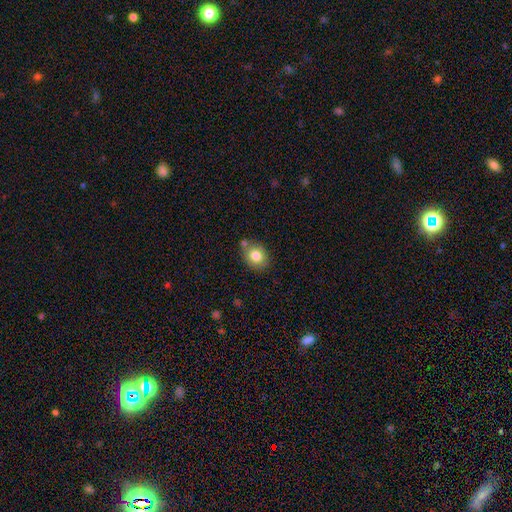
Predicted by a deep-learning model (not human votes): Smooth or featured?
  - smooth: 81% *
  - featured or disk: 10%
  - star or artifact: 9%
How rounded?
  - round: 61% *
  - in between: 38%
  - cigar-shaped: 1%
Merging?
  - none: 72% *
  - minor disturbance: 15%
  - merger: 10%
  - major disturbance: 3%